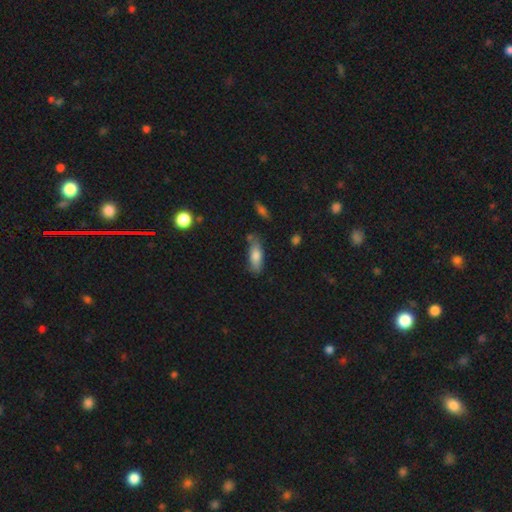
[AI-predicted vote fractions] smooth-or-featured: smooth: 79% | featured or disk: 14% | star or artifact: 7%
  how-rounded: in between: 67% | cigar-shaped: 31% | round: 2%
  merging: none: 69% | minor disturbance: 20% | merger: 7% | major disturbance: 5%